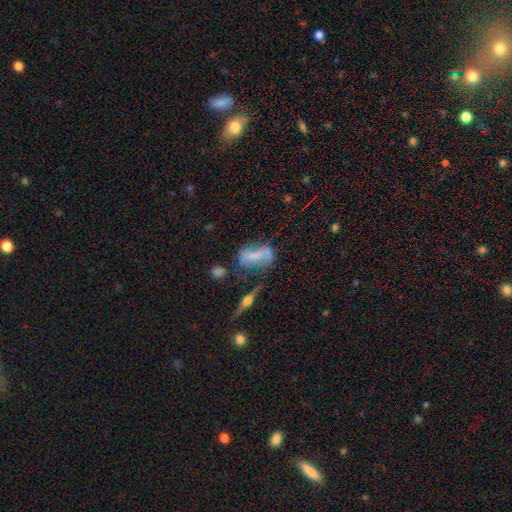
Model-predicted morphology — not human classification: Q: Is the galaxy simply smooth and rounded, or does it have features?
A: featured or disk — 49%.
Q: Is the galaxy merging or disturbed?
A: none — 46%.